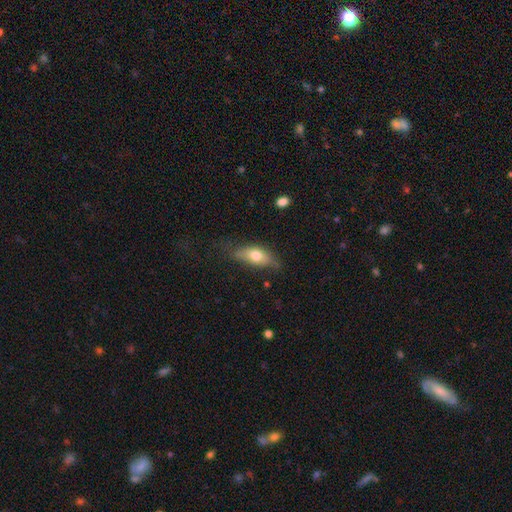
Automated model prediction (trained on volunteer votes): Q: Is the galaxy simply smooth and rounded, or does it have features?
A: smooth — 67%.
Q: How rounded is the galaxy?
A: in between — 78%.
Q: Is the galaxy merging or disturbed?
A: none — 54%.